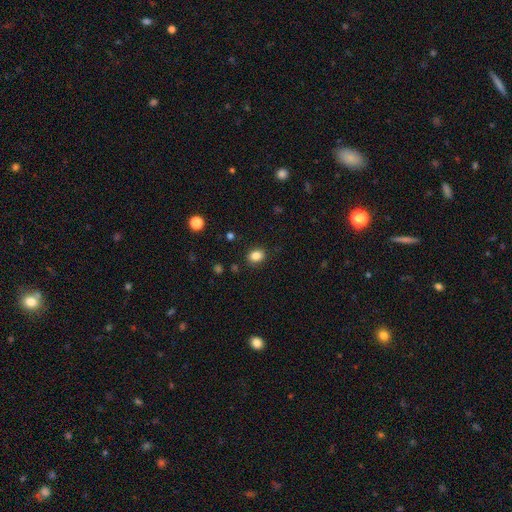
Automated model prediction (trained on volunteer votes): Overall: smooth (85%). How rounded: in between (54%; round 46%). Merging: none (87%).